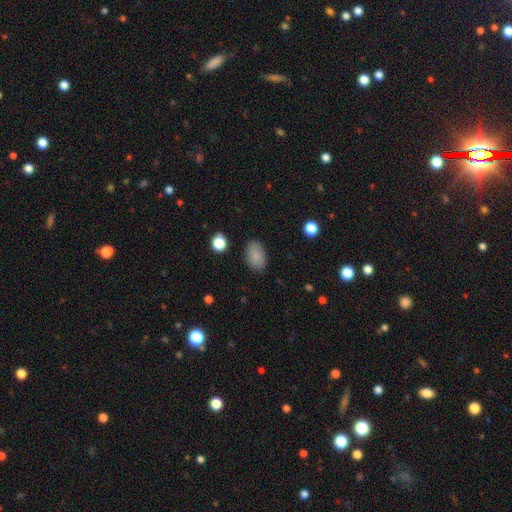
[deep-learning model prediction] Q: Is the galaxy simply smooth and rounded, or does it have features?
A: smooth — 85%.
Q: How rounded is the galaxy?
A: in between — 89%.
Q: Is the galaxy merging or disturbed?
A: none — 85%.